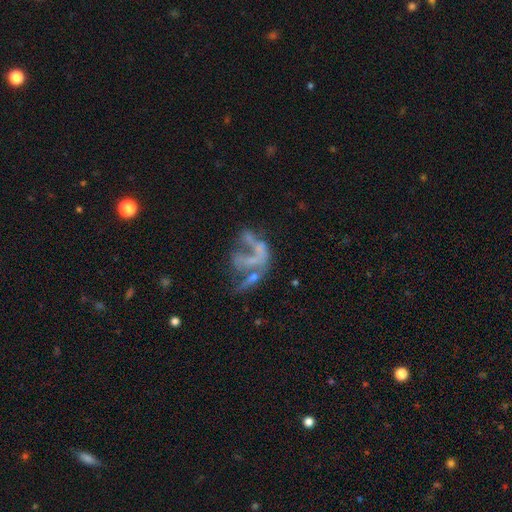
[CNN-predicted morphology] featured or disk 61%, smooth 21%, star or artifact 18%. Down the decision tree: edge-on disk — no (96%); bar — no (83%); spiral arms — no (83%); bulge size — none (72%); merging — major disturbance (35%).